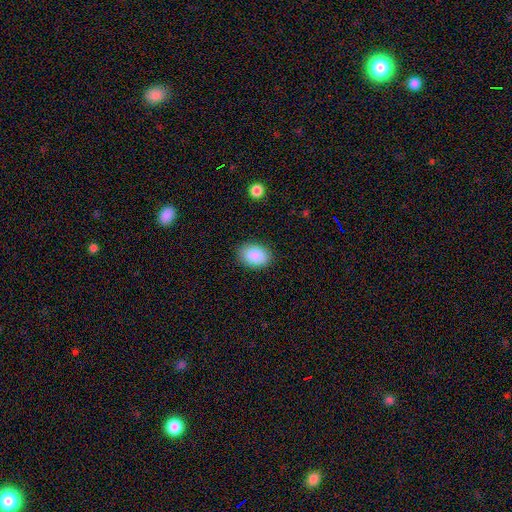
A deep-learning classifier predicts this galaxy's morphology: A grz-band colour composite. It shows a smooth galaxy with no disk features (87%) that is in between round and cigar-shaped (79%). Merging: none (87%).